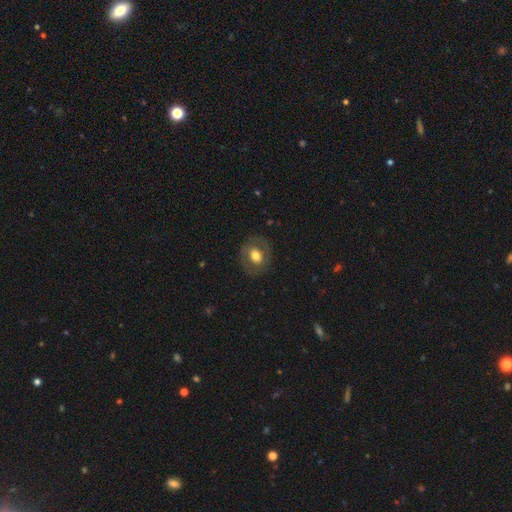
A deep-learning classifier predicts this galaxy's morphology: A smooth galaxy with no disk features (57%) that is round (64%).

Vote fractions:
- Smooth or featured? smooth: 57% / featured or disk: 35% / star or artifact: 8%
- How rounded? round: 64% / in between: 35% / cigar-shaped: 1%
- Merging? none: 82% / minor disturbance: 11% / major disturbance: 6% / merger: 1%